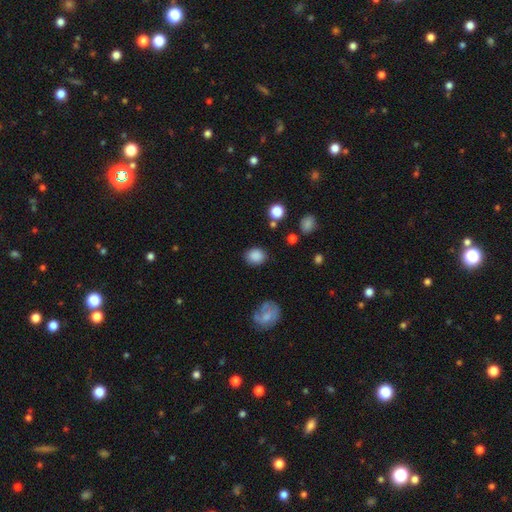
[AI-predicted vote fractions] Smooth or featured?
  - smooth: 86% *
  - star or artifact: 9%
  - featured or disk: 5%
How rounded?
  - round: 66% *
  - in between: 33%
  - cigar-shaped: 1%
Merging?
  - none: 83% *
  - minor disturbance: 11%
  - major disturbance: 4%
  - merger: 2%